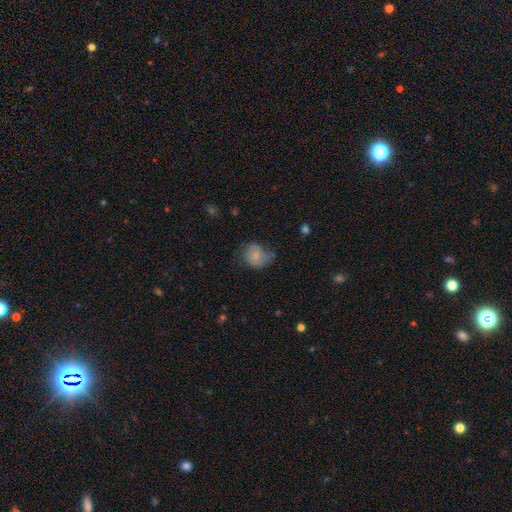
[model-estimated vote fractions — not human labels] The model was most divided on "merging": none: 44%, minor disturbance: 36%, major disturbance: 17%, merger: 4%. More confident: smooth or featured — smooth (75%); how rounded — round (59%).